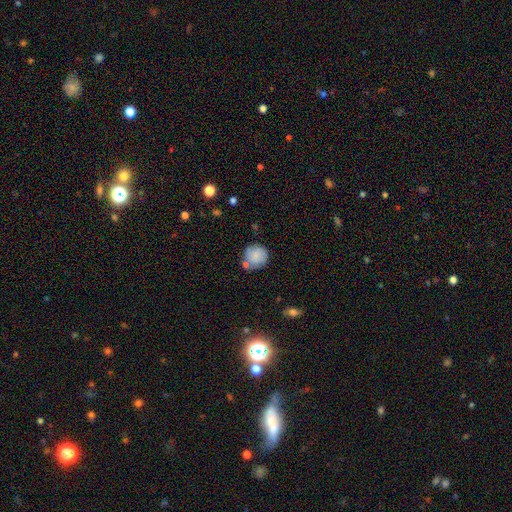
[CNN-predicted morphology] smooth-or-featured: smooth: 81% | featured or disk: 11% | star or artifact: 8%
  how-rounded: round: 88% | in between: 11% | cigar-shaped: 1%
  merging: none: 62% | minor disturbance: 19% | merger: 14% | major disturbance: 5%